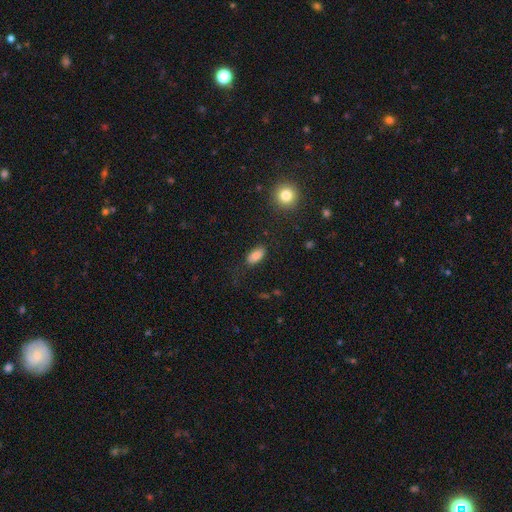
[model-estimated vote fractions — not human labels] Overall: smooth (85%). How rounded: in between (90%). Merging: none (81%).